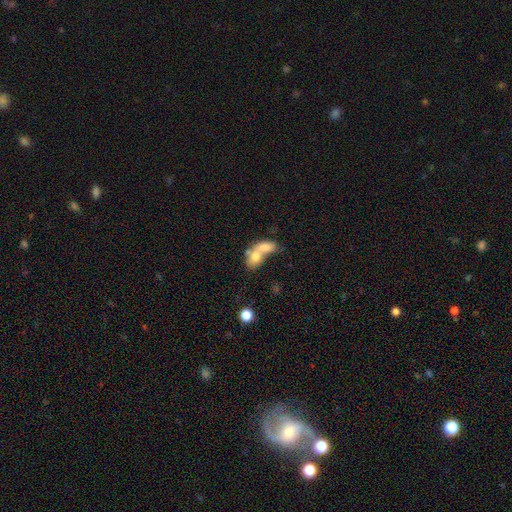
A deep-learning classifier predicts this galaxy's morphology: A smooth galaxy with no disk features (53%) that is in between round and cigar-shaped (63%). Merging: merger (66%).